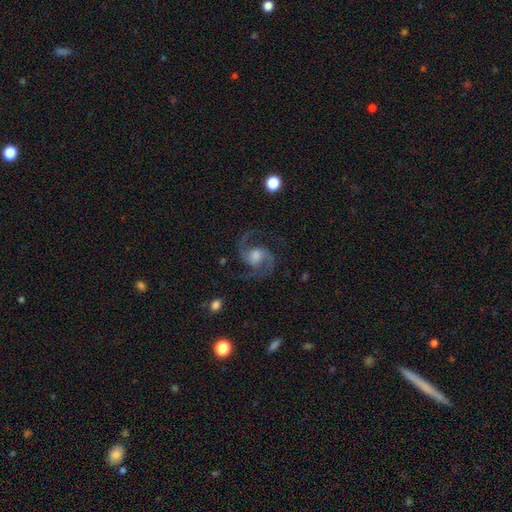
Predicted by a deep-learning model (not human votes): featured or disk 91%, star or artifact 5%, smooth 4%. Down the decision tree: edge-on disk — no (98%); bar — no (54%); spiral arms — yes (98%); spiral arm count — 2 (93%); spiral winding — medium (63%); bulge size — moderate (49%); merging — none (79%).